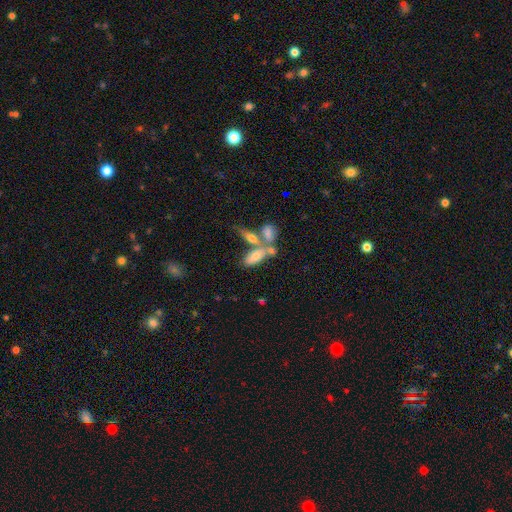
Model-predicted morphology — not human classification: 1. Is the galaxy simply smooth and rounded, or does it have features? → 60% smooth, 30% featured or disk, 10% star or artifact.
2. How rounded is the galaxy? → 77% in between, 19% cigar-shaped, 4% round.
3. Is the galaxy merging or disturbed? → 48% merger, 34% none, 12% minor disturbance, 7% major disturbance.